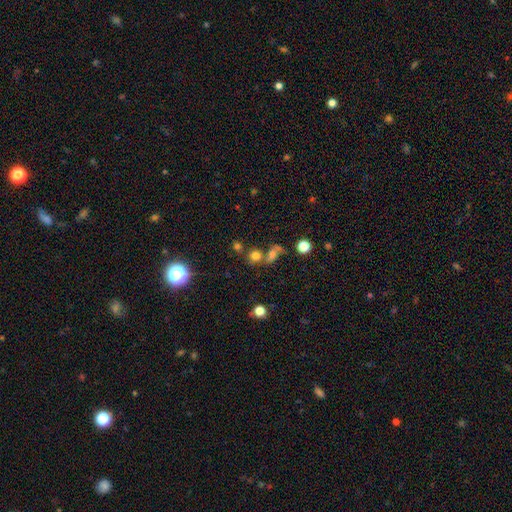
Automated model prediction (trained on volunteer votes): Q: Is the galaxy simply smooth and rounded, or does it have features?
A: smooth — 68%.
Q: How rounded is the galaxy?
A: round — 77%.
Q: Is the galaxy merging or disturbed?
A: none — 50%.